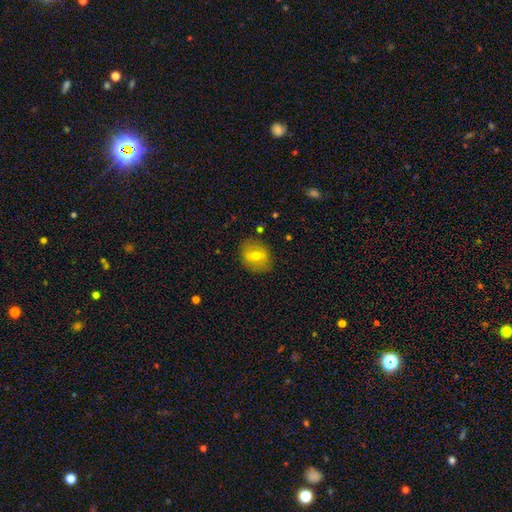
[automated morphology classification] Smooth or featured: smooth — 51% (featured or disk — 41%)
How rounded: round — 49% (tied with in between — 49%)
Merging: none — 83% (minor disturbance — 12%)